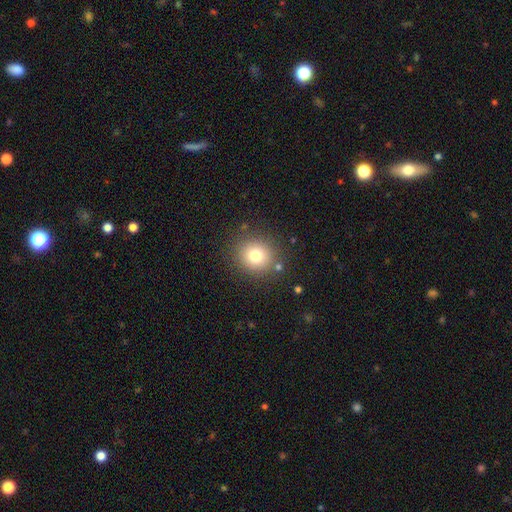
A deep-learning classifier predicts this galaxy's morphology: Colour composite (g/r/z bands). It shows a smooth galaxy with no disk features (76%) that is round (88%). Merging: none (86%).